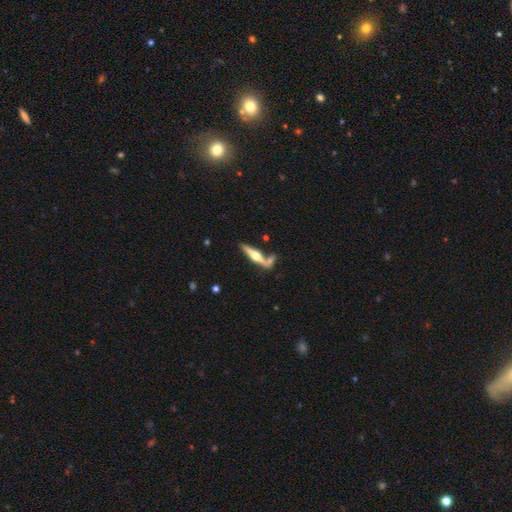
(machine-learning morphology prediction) Smooth or featured? Predicted: featured or disk (p=0.72). Edge-on disk? Predicted: yes (p=0.96). Edge-on bulge? Predicted: rounded (p=0.94). Merging? Predicted: none (p=0.66).